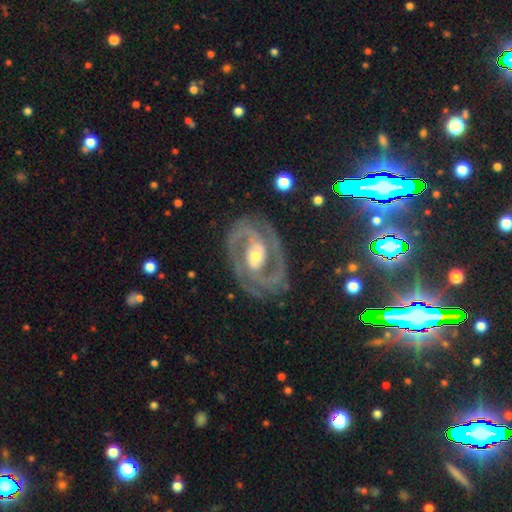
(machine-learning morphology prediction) featured or disk 91%, star or artifact 4%, smooth 4%. Down the decision tree: edge-on disk — no (97%); bar — no (42%); spiral arms — yes (97%); spiral arm count — 2 (82%); spiral winding — tight (51%); bulge size — moderate (58%); merging — none (80%).